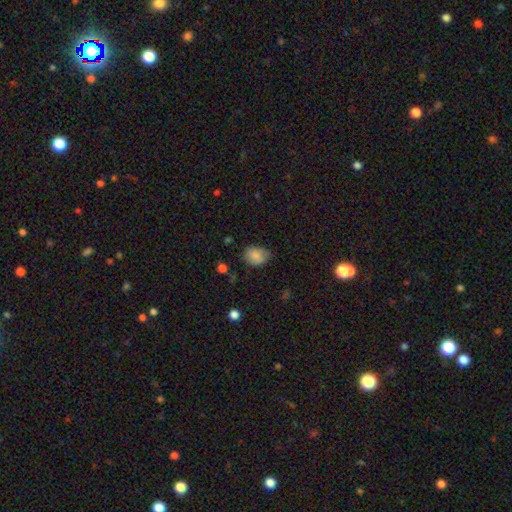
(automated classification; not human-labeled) A smooth galaxy with no disk features (84%) that is in between round and cigar-shaped (62%). Merging: none (66%).